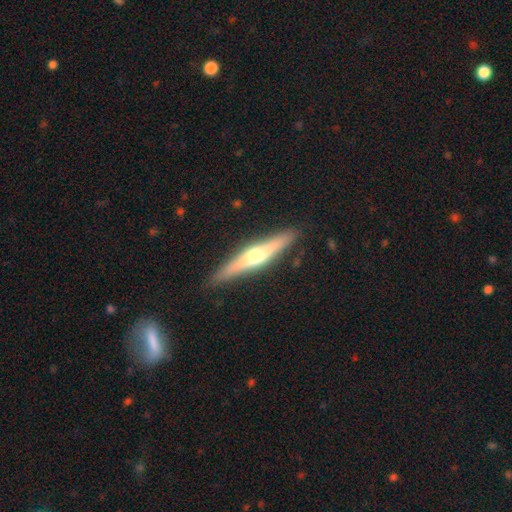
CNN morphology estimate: The model was most divided on "smooth or featured": featured or disk: 61%, smooth: 33%, star or artifact: 5%. More confident: edge-on disk — yes (95%); edge-on bulge — rounded (89%); merging — none (88%).